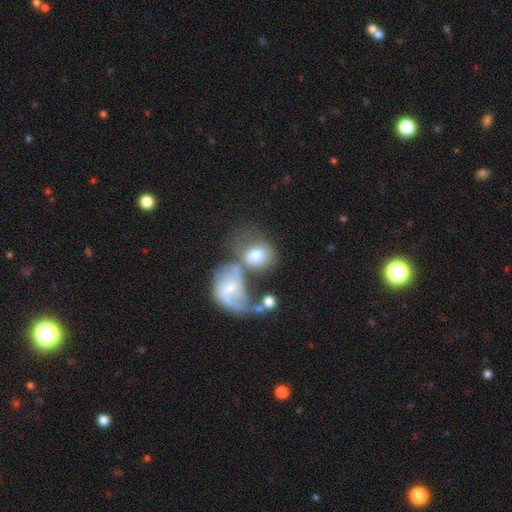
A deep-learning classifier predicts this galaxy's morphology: Smooth or featured?
  - smooth: 59% *
  - featured or disk: 32%
  - star or artifact: 9%
How rounded?
  - in between: 52% *
  - round: 47%
  - cigar-shaped: 2%
Merging?
  - merger: 51% *
  - none: 21%
  - major disturbance: 17%
  - minor disturbance: 11%